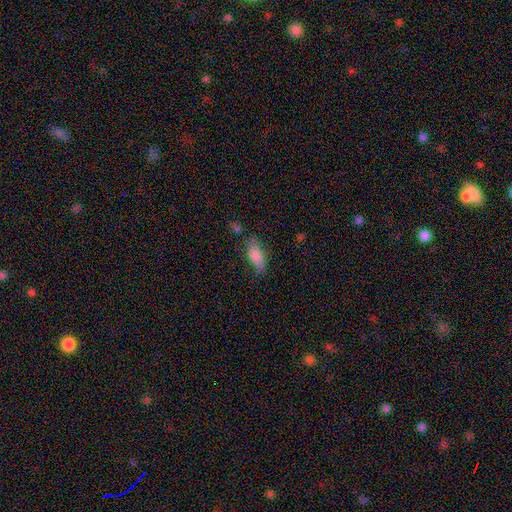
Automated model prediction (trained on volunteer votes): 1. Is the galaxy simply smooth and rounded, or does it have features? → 79% smooth, 14% featured or disk, 7% star or artifact.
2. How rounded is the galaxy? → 80% in between, 17% cigar-shaped, 3% round.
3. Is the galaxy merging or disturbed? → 64% none, 26% minor disturbance, 6% major disturbance, 4% merger.